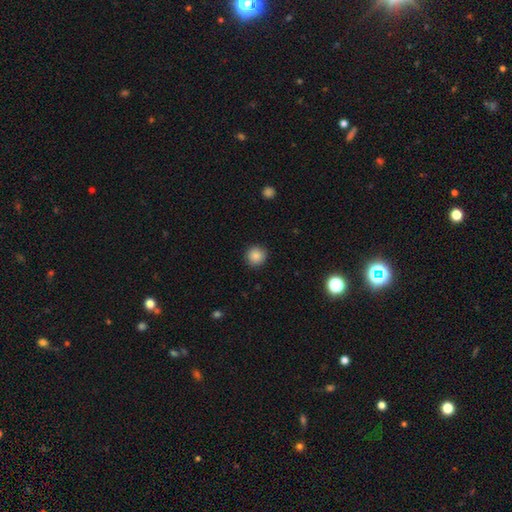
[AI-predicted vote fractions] Overall: smooth (87%). How rounded: round (94%). Merging: none (91%).